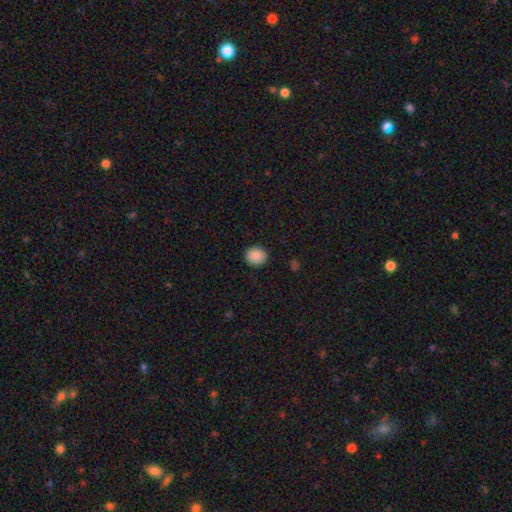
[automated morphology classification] A smooth galaxy with no disk features (89%) that is round (80%). Merging: none (90%).